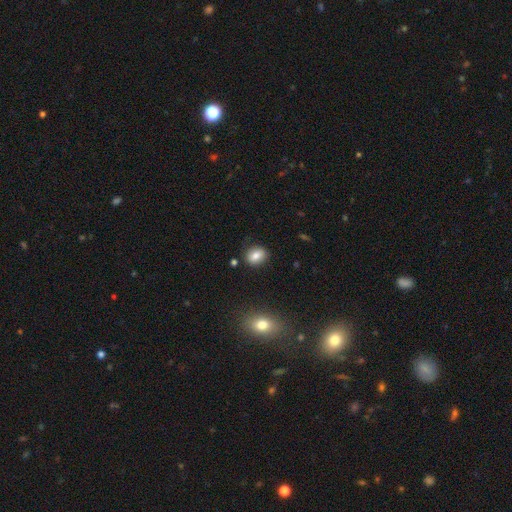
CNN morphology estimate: This appears to be a smooth galaxy with no disk features (78%) that is in between round and cigar-shaped (56%). Merging: none (82%).